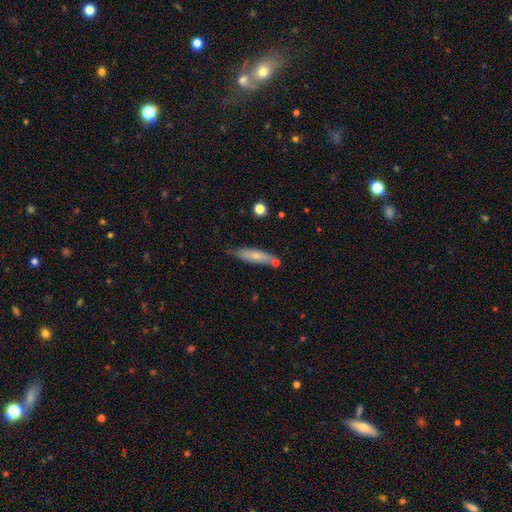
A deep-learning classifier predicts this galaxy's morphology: smooth_or_featured: smooth (p=0.67) [alt: featured or disk p=0.27]
how_rounded: cigar-shaped (p=0.78) [alt: in between p=0.21]
merging: none (p=0.69) [alt: minor disturbance p=0.19]